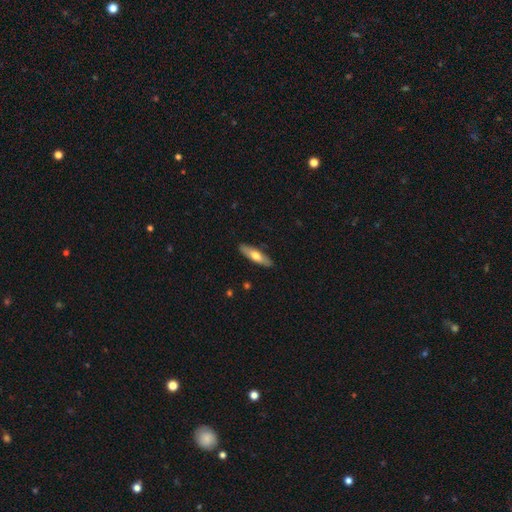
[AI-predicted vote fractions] A smooth galaxy with no disk features (59%) that is cigar-shaped (61%).

Vote fractions:
- Smooth or featured? smooth: 59% / featured or disk: 35% / star or artifact: 5%
- How rounded? cigar-shaped: 61% / in between: 37% / round: 2%
- Merging? none: 89% / minor disturbance: 8% / major disturbance: 2% / merger: 1%